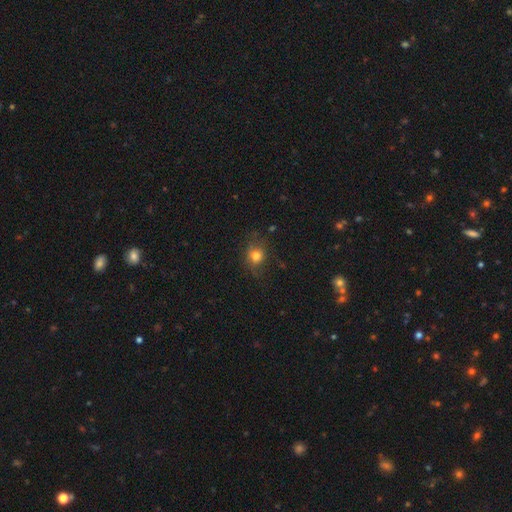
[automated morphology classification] Q: Smooth or featured?
A: smooth (74%); runner-up: star or artifact (13%)
Q: How rounded?
A: round (67%); runner-up: in between (32%)
Q: Merging?
A: none (69%); runner-up: minor disturbance (20%)